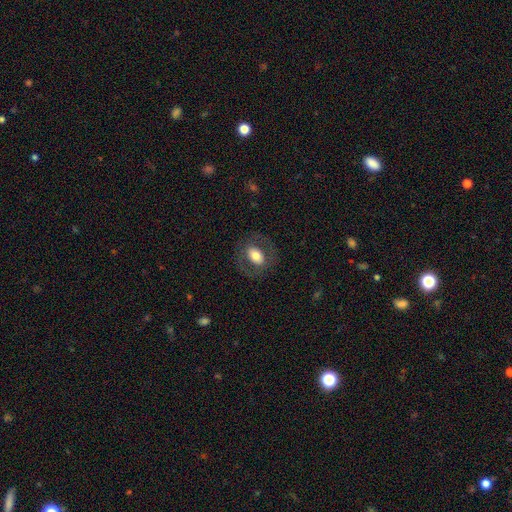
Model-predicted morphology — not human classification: smooth-or-featured: smooth: 59% | featured or disk: 33% | star or artifact: 7%
  how-rounded: in between: 73% | round: 25% | cigar-shaped: 2%
  merging: none: 78% | minor disturbance: 11% | major disturbance: 10% | merger: 1%